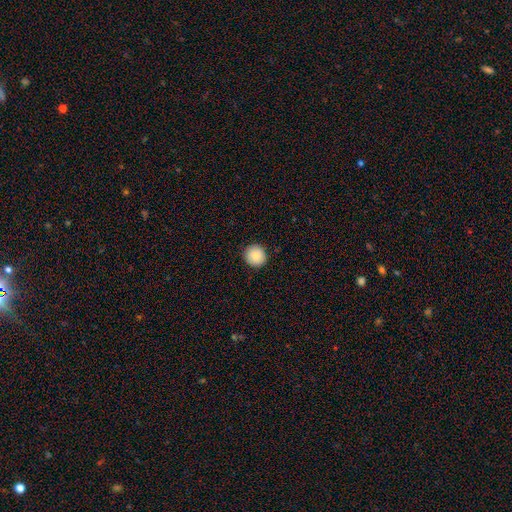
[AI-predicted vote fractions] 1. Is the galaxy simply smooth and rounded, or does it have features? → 85% smooth, 8% star or artifact, 6% featured or disk.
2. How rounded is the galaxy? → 94% round, 5% in between, 1% cigar-shaped.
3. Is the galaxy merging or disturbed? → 92% none, 6% minor disturbance, 2% major disturbance, 1% merger.